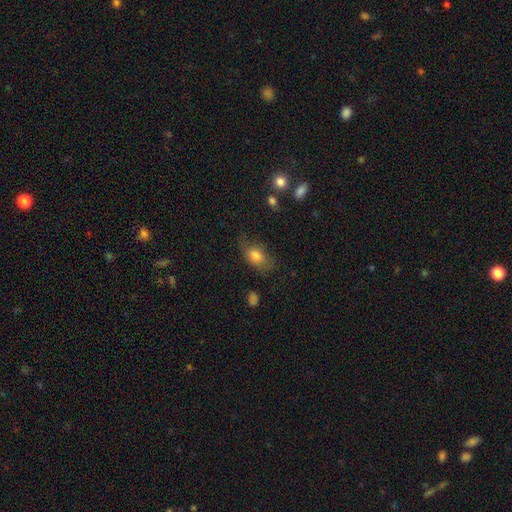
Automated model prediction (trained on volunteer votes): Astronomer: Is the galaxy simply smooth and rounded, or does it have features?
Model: smooth — 75%.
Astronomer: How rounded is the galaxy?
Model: in between — 85%.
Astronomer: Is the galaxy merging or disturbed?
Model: none — 54%.